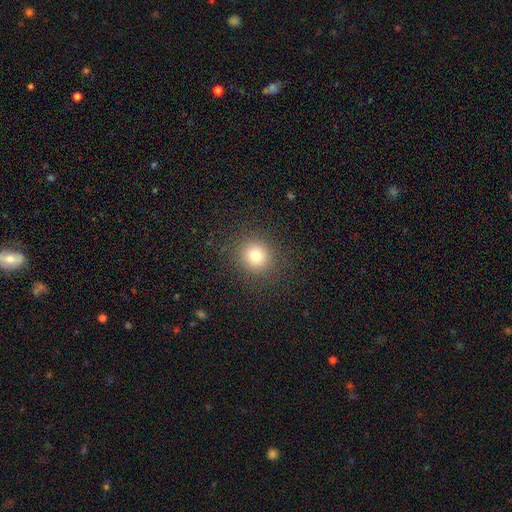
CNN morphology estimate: This appears to be a smooth galaxy with no disk features (78%) that is round (90%). Merging: none (89%).